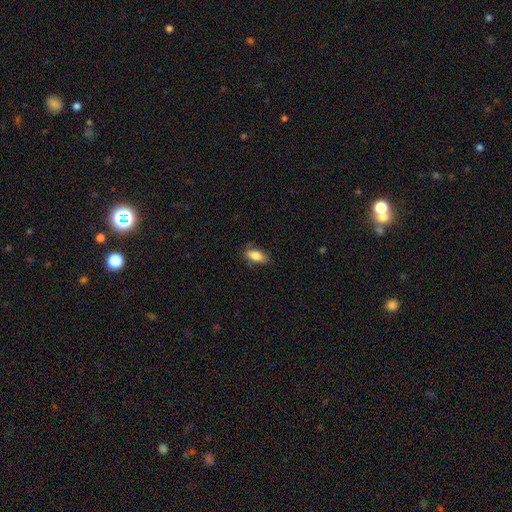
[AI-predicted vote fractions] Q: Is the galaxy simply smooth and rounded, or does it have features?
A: smooth — 80%.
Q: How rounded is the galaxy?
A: in between — 81%.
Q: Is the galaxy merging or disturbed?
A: none — 76%.